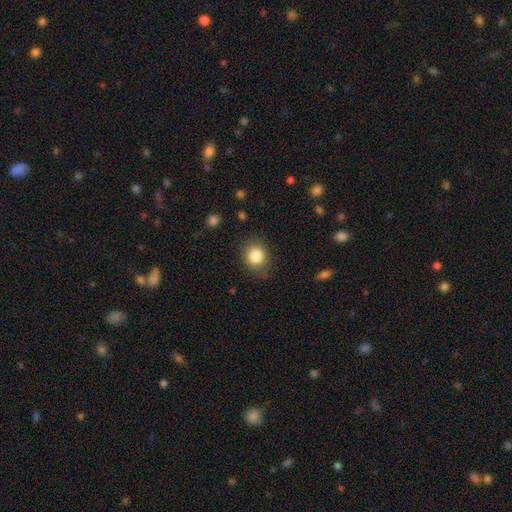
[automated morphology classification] This appears to be a smooth galaxy with no disk features (84%) that is round (70%). Merging: none (78%).